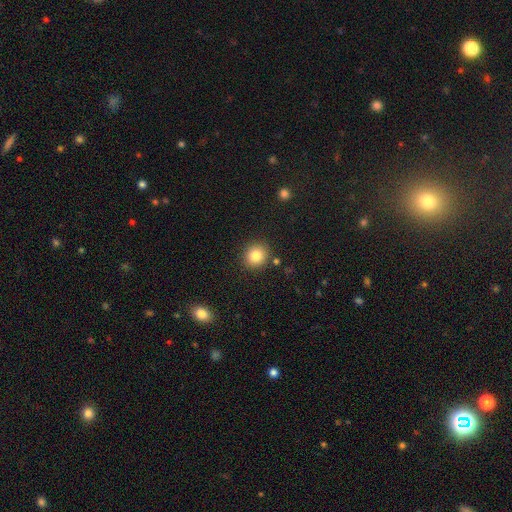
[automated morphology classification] smooth-or-featured: smooth: 82% | star or artifact: 10% | featured or disk: 7%
  how-rounded: round: 86% | in between: 13% | cigar-shaped: 1%
  merging: none: 88% | minor disturbance: 7% | merger: 3% | major disturbance: 2%